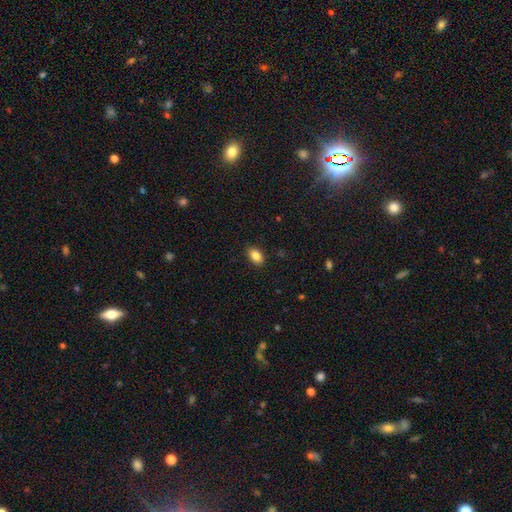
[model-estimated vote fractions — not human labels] The model was most divided on "how rounded": in between: 87%, round: 12%, cigar-shaped: 2%. More confident: merging — none (88%); smooth or featured — smooth (86%).